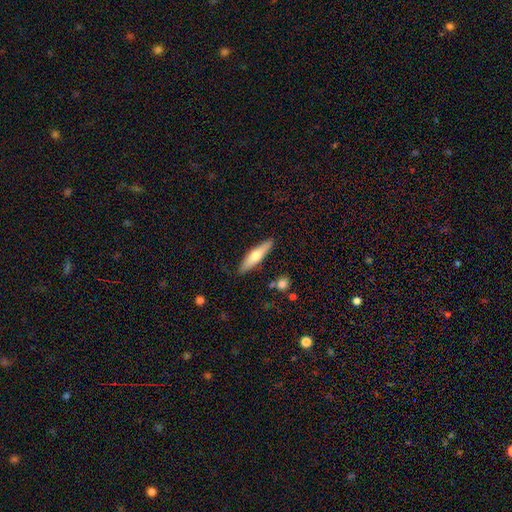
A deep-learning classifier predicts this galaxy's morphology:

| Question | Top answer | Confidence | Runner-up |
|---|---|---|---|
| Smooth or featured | smooth | 61% | featured or disk (33%) |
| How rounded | cigar-shaped | 76% | in between (22%) |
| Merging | none | 87% | minor disturbance (9%) |